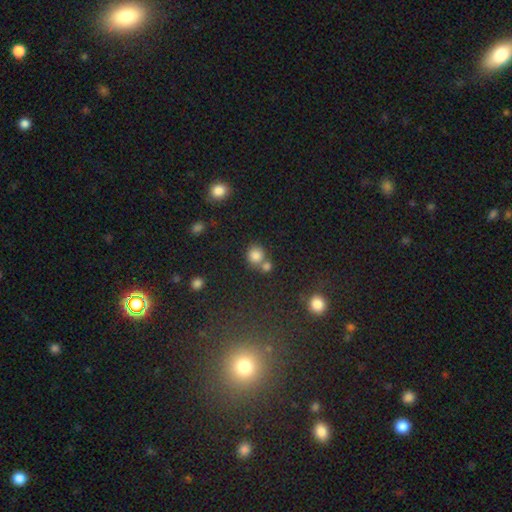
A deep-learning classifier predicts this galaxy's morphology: The model was most divided on "merging": none: 52%, merger: 35%, minor disturbance: 9%, major disturbance: 4%. More confident: how rounded — round (84%); smooth or featured — smooth (81%).